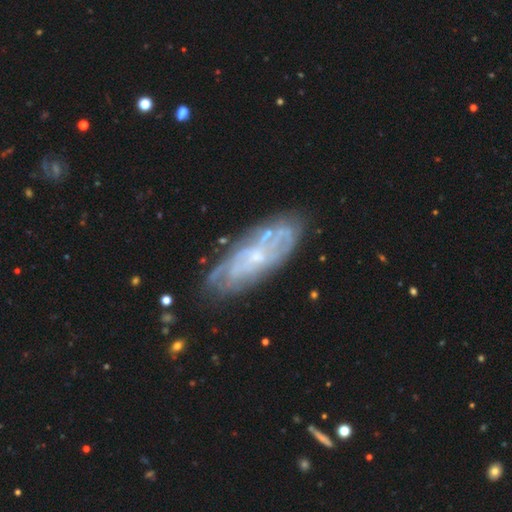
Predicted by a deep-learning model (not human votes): Smooth or featured? featured or disk (75%)
Edge-on disk? no (86%)
Bar? no (70%)
Spiral arms? yes (76%)
Bulge size? small (74%)
Merging? none (72%)